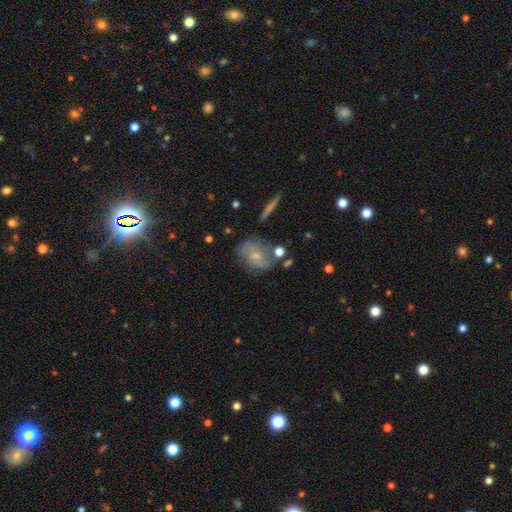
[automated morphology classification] Smooth or featured?
  - featured or disk: 46% *
  - smooth: 45%
  - star or artifact: 9%
Merging?
  - none: 62% *
  - minor disturbance: 22%
  - major disturbance: 9%
  - merger: 7%